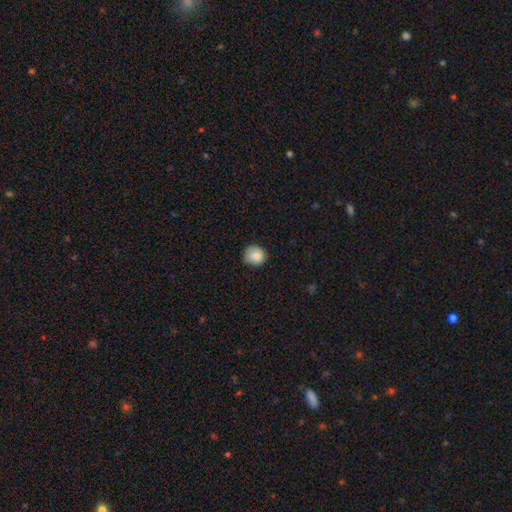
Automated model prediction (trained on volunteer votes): A smooth galaxy with no disk features (85%) that is round (87%).

Vote fractions:
- Smooth or featured? smooth: 85% / star or artifact: 8% / featured or disk: 6%
- How rounded? round: 87% / in between: 13% / cigar-shaped: 1%
- Merging? none: 70% / minor disturbance: 25% / major disturbance: 4% / merger: 1%